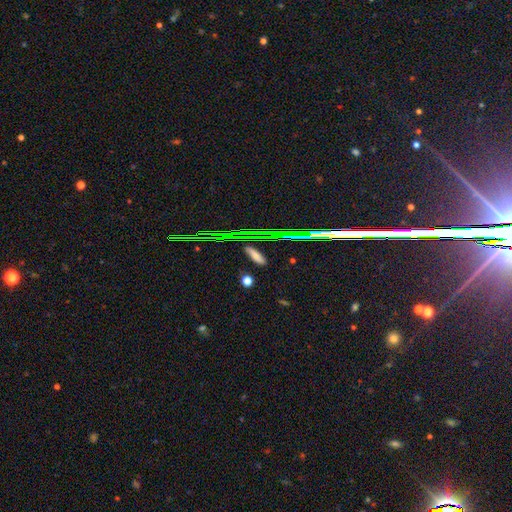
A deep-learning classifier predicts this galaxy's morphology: Q: Smooth or featured?
A: smooth (67%); runner-up: star or artifact (21%)
Q: How rounded?
A: in between (52%); runner-up: cigar-shaped (40%)
Q: Merging?
A: none (79%); runner-up: minor disturbance (14%)